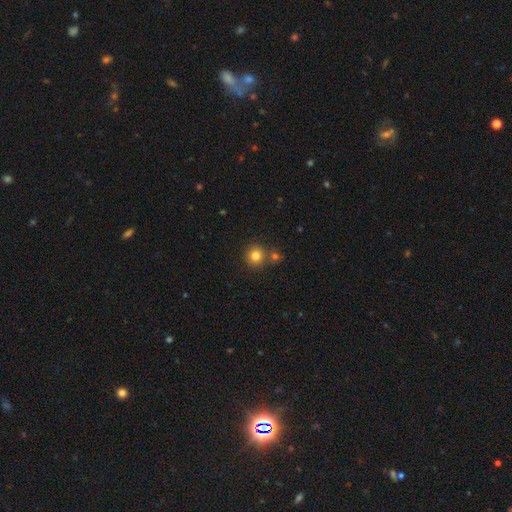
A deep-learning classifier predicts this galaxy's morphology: smooth_or_featured: smooth (p=0.81) [alt: star or artifact p=0.12]
how_rounded: round (p=0.91) [alt: in between p=0.08]
merging: none (p=0.71) [alt: merger p=0.18]